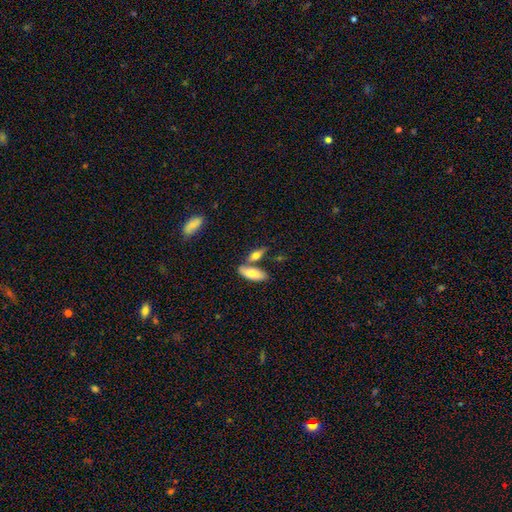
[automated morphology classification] Overall: smooth (72%). How rounded: in between (65%; cigar-shaped 31%). Merging: none (56%; merger 28%).